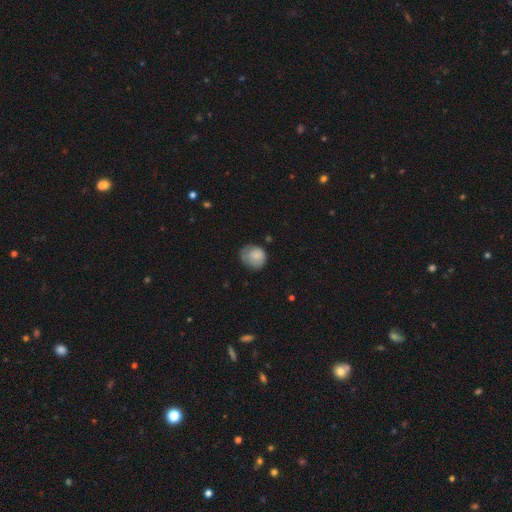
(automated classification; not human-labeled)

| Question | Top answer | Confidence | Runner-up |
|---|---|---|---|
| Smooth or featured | smooth | 79% | featured or disk (13%) |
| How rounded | round | 74% | in between (26%) |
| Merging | none | 50% | minor disturbance (34%) |